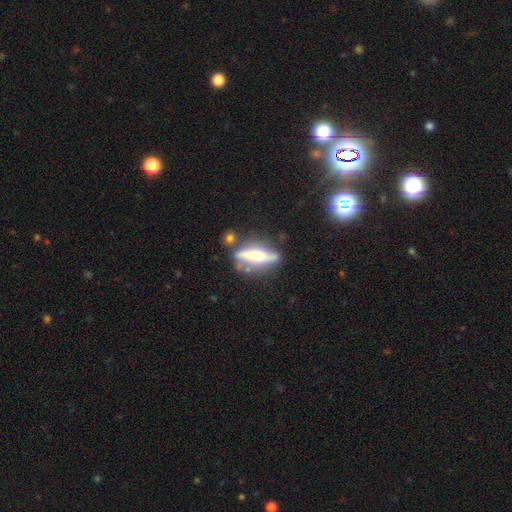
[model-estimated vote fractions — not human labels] This appears to be a featured or disk galaxy (58%) viewed edge-on (76%). Merging: none (63%).